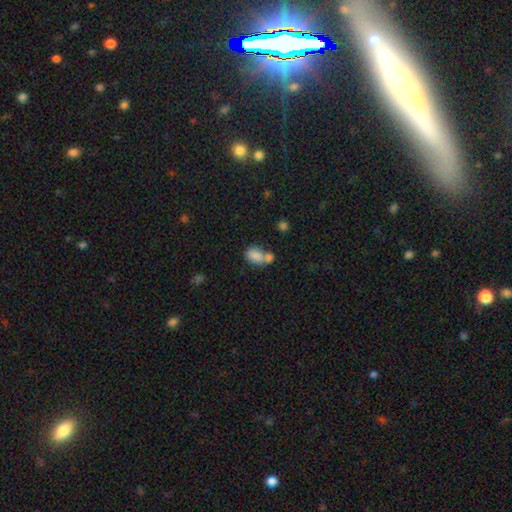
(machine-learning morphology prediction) A smooth galaxy with no disk features (81%) that is in between round and cigar-shaped (81%).

Vote fractions:
- Smooth or featured? smooth: 81% / featured or disk: 10% / star or artifact: 9%
- How rounded? in between: 81% / round: 17% / cigar-shaped: 1%
- Merging? merger: 50% / none: 32% / minor disturbance: 13% / major disturbance: 6%